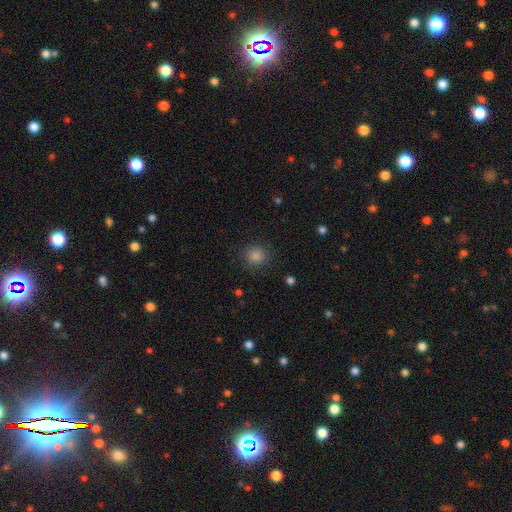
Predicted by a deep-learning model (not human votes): Smooth or featured: smooth — 82% (star or artifact — 14%)
How rounded: round — 89% (in between — 10%)
Merging: none — 87% (minor disturbance — 9%)